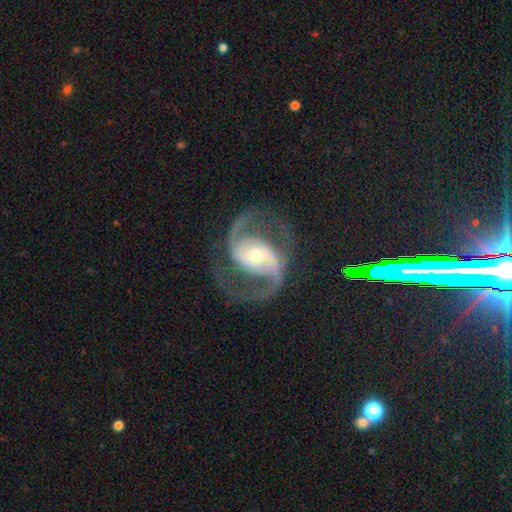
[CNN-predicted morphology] Smooth or featured: featured or disk — 92% (star or artifact — 5%)
Edge-on disk: no — 98% (yes — 2%)
Bar: weak — 34% (tied with no — 34%)
Spiral arms: yes — 98% (no — 2%)
Spiral winding: medium — 60% (loose — 28%)
Spiral arm count: 2 — 94% (can't tell — 2%)
Bulge size: moderate — 49% (small — 44%)
Merging: none — 78% (minor disturbance — 11%)